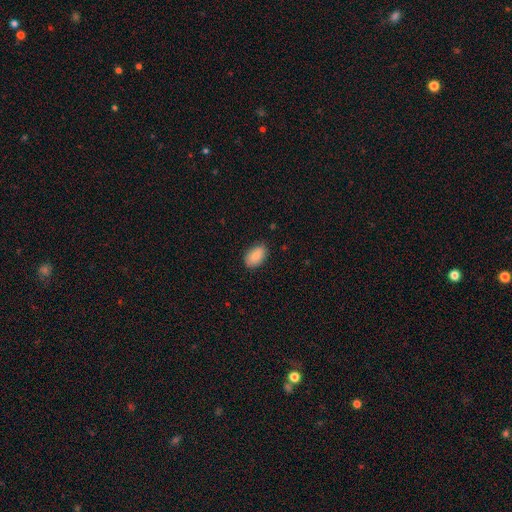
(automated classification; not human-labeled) smooth 84%, featured or disk 9%, star or artifact 7%. Down the decision tree: how rounded — in between (91%); merging — none (82%).